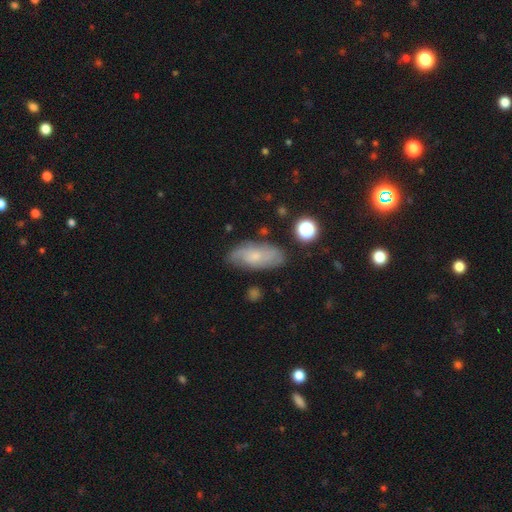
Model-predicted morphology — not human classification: smooth-or-featured: smooth: 47% | featured or disk: 45% | star or artifact: 9%
  merging: none: 73% | minor disturbance: 20% | major disturbance: 5% | merger: 3%